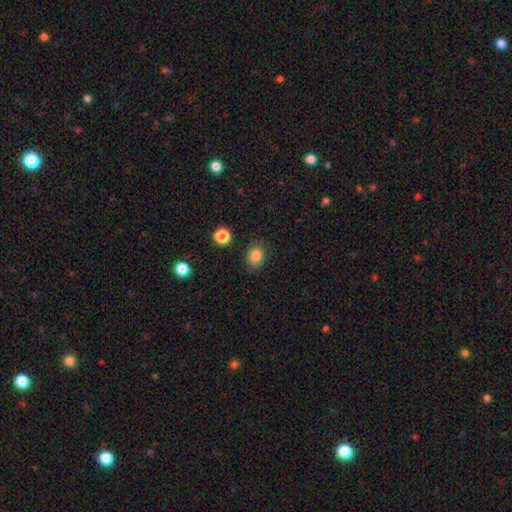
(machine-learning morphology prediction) Smooth or featured? Predicted: smooth (p=0.83). How rounded? Predicted: in between (p=0.56). Merging? Predicted: none (p=0.84).